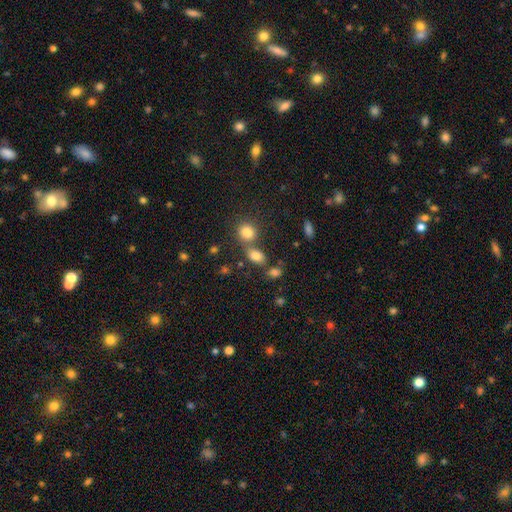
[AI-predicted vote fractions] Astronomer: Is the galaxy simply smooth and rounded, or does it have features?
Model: smooth — 79%.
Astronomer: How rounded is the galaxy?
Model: in between — 73%.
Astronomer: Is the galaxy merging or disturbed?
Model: none — 53% (runner-up: merger, 32%).